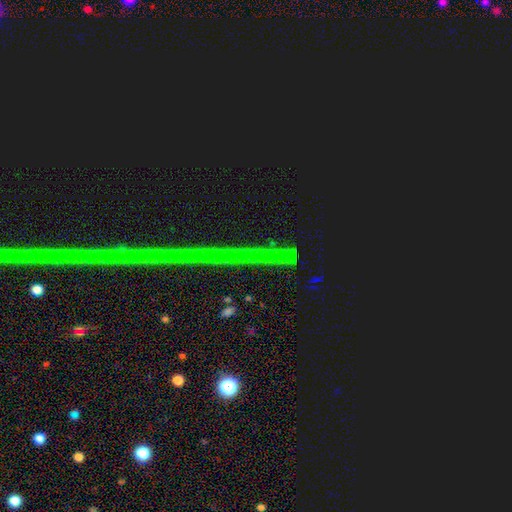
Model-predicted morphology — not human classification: Smooth or featured: star or artifact — 87% (featured or disk — 7%)